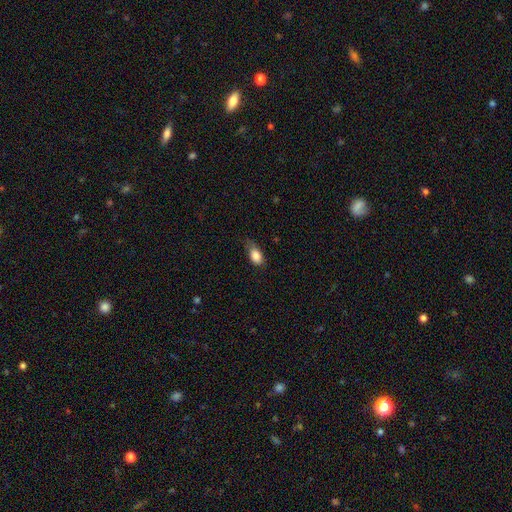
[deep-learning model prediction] Smooth or featured? smooth (85%)
How rounded? in between (88%)
Merging? none (48%)